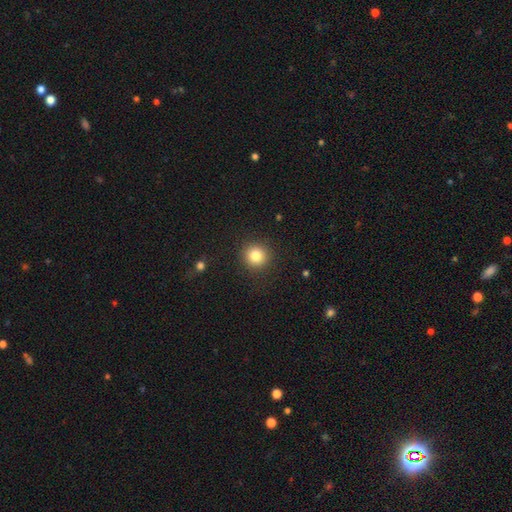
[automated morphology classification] Q: Smooth or featured?
A: smooth (82%); runner-up: star or artifact (11%)
Q: How rounded?
A: round (93%); runner-up: in between (6%)
Q: Merging?
A: none (90%); runner-up: minor disturbance (6%)